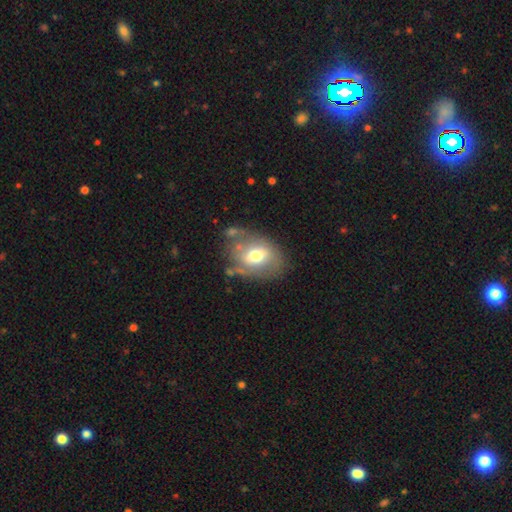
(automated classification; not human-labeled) This is possibly a smooth galaxy (53%). How rounded: likely in between (68%). Merging: likely none (60%).